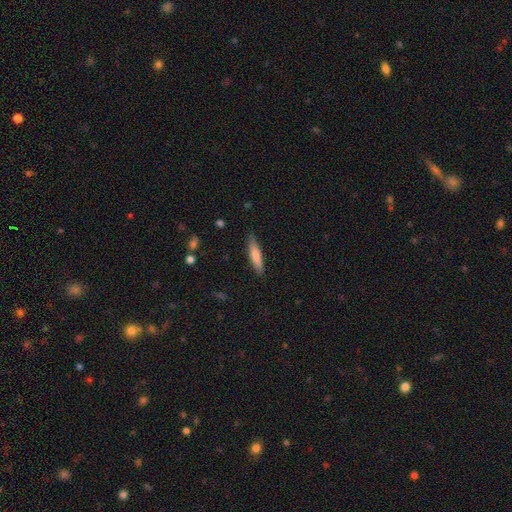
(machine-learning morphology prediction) This appears to be a smooth galaxy with no disk features (74%) that is cigar-shaped (83%). Merging: none (85%).